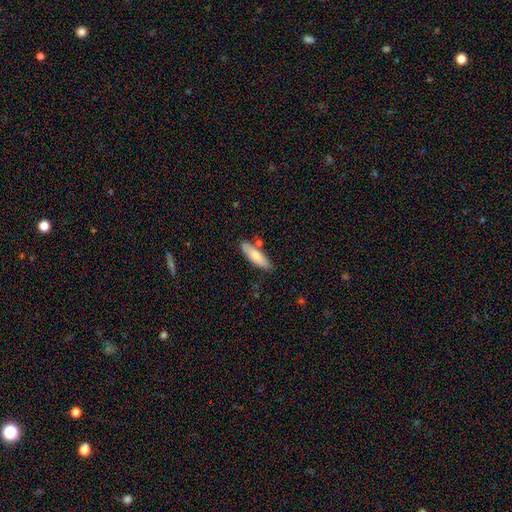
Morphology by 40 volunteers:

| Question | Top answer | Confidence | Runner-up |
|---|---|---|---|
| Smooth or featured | smooth | 82% | featured or disk (18%) |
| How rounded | in between | 61% | cigar-shaped (36%) |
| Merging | none | 85% | minor disturbance (10%) |